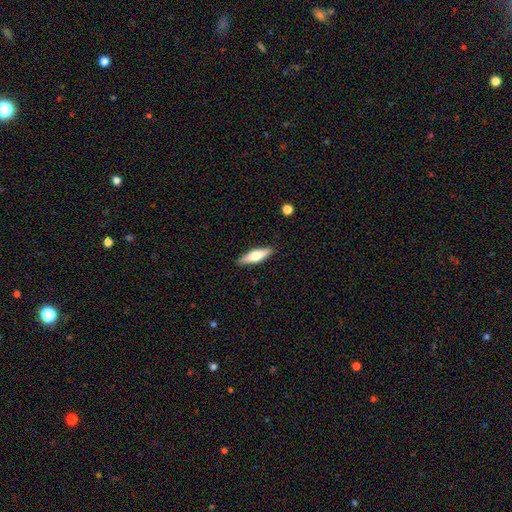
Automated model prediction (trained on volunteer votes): The model was most divided on "smooth or featured": smooth: 58%, featured or disk: 37%, star or artifact: 5%. More confident: merging — none (89%); how rounded — cigar-shaped (60%).